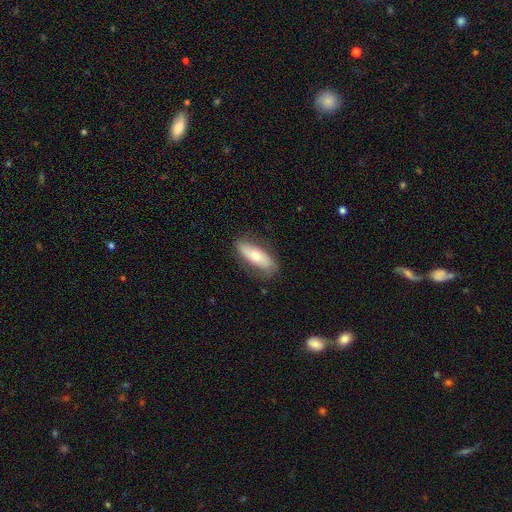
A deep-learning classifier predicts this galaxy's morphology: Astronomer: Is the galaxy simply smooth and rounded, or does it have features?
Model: smooth — 59% (runner-up: featured or disk, 35%).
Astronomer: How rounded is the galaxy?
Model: in between — 68%.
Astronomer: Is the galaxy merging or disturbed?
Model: none — 78%.